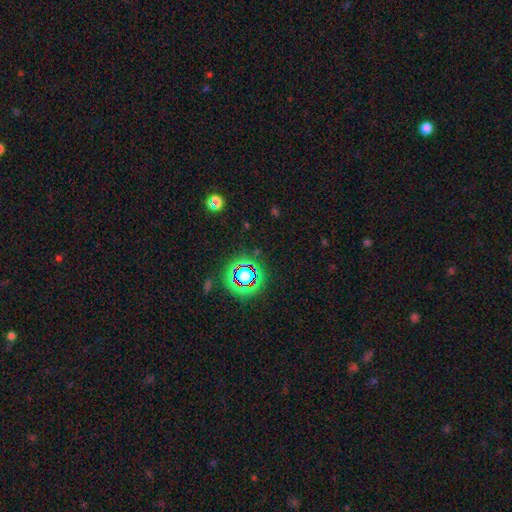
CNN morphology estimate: This appears to be a star or artifact, not a galaxy (76%).